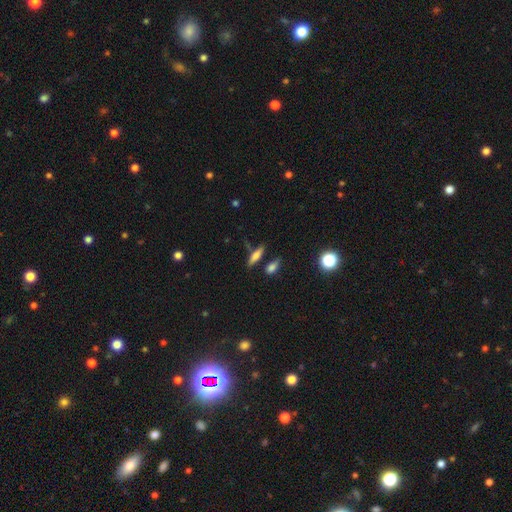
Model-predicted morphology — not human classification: Smooth or featured: smooth — 62% (featured or disk — 28%)
How rounded: cigar-shaped — 66% (in between — 30%)
Merging: none — 73% (minor disturbance — 14%)